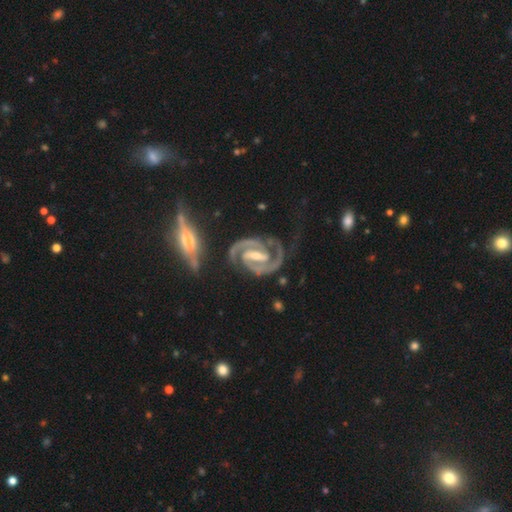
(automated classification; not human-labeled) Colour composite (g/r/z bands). It shows a featured or disk galaxy (93%) with a strong bar (61%), 2 (93%) tight (50%) spiral arms (98%) and a moderate central bulge (49%). Merging: none (69%).